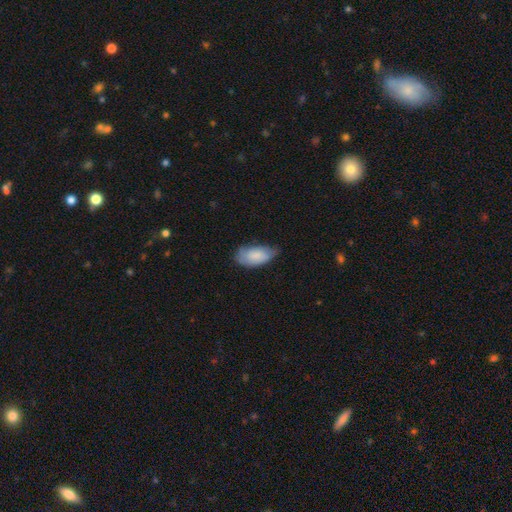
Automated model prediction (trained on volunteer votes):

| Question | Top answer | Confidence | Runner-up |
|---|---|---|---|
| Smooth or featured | smooth | 78% | featured or disk (16%) |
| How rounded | in between | 94% | cigar-shaped (4%) |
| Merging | none | 50% | minor disturbance (41%) |